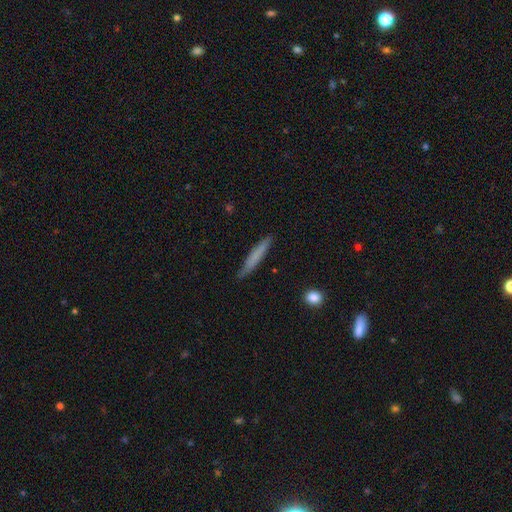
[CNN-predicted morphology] type=smooth (67%); roundness=cigar-shaped (95%); merging=none (86%).